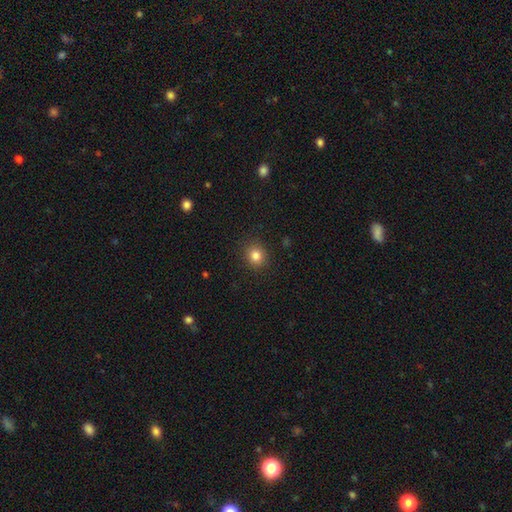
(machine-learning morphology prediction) A smooth galaxy with no disk features (82%) that is round (80%). Merging: none (89%).